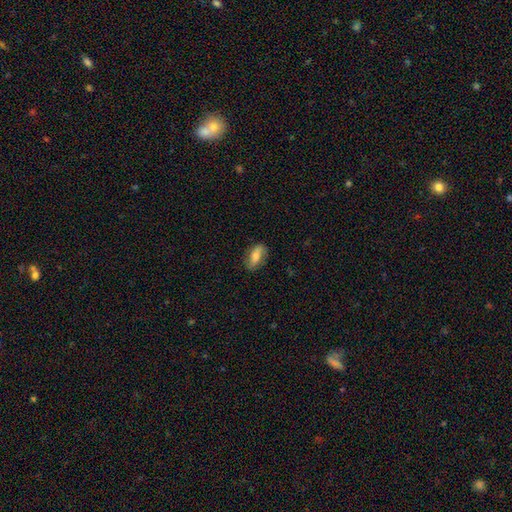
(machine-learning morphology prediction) Smooth or featured? Predicted: smooth (p=0.57). How rounded? Predicted: in between (p=0.78). Merging? Predicted: none (p=0.79).